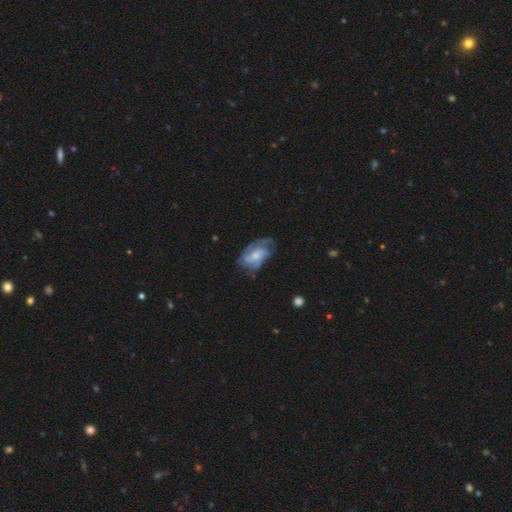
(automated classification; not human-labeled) The model was most divided on "bulge size": moderate: 43%, small: 40%, none: 9%, large: 7%, dominant: 1%. Remaining: edge-on disk — no (96%); spiral arms — yes (86%); smooth or featured — featured or disk (68%); bar — no (63%); merging — none (54%); spiral winding — medium (44%); spiral arm count — can't tell (31%).